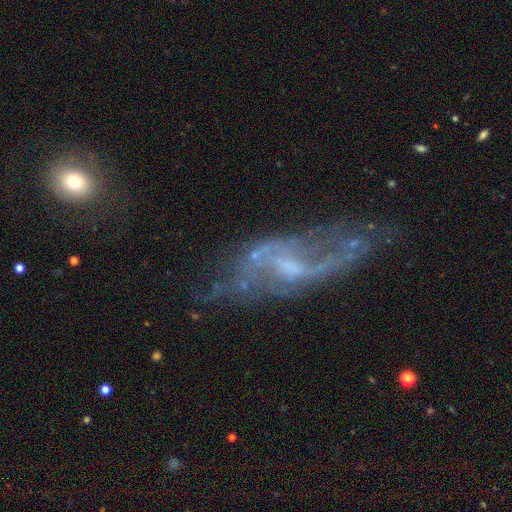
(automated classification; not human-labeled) This appears to be a featured or disk galaxy (81%) with a weak bar (50%), 2 (80%) loose (69%) spiral arms (83%) and no central bulge (37%). Merging: none (49%).